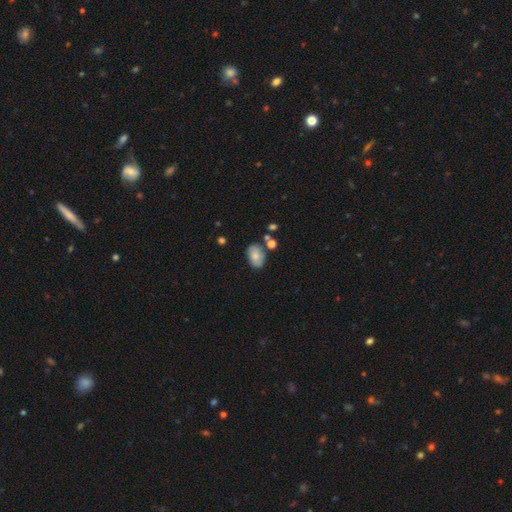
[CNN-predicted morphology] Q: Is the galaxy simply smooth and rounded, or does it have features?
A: smooth — 77%.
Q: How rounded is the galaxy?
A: in between — 84%.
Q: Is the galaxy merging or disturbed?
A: none — 69%.